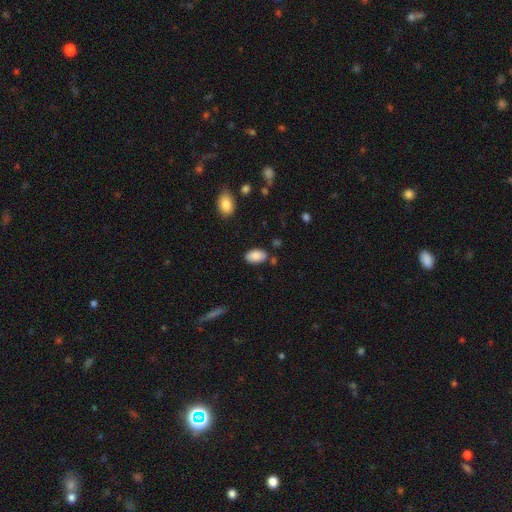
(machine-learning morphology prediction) Q: Smooth or featured?
A: smooth (87%); runner-up: star or artifact (7%)
Q: How rounded?
A: in between (94%); runner-up: round (4%)
Q: Merging?
A: none (81%); runner-up: minor disturbance (13%)